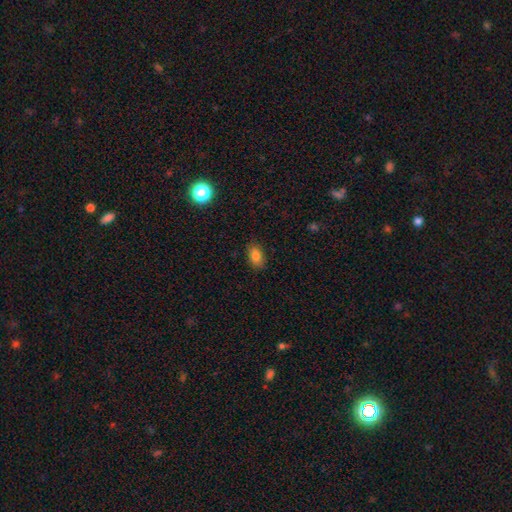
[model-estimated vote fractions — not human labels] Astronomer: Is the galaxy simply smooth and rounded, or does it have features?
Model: smooth — 82%.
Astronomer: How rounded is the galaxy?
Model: in between — 87%.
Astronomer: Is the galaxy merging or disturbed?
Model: none — 87%.